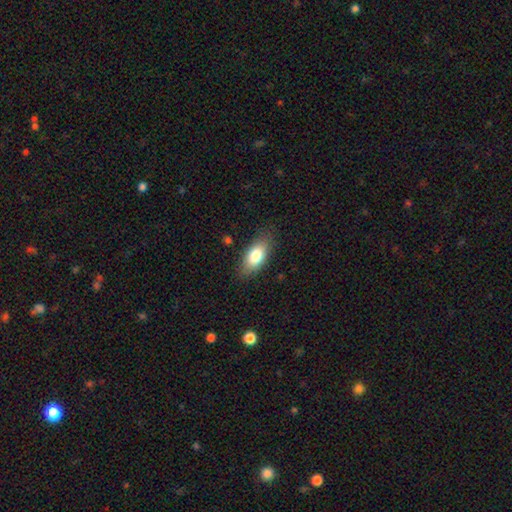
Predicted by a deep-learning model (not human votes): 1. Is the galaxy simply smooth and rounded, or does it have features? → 79% smooth, 14% featured or disk, 7% star or artifact.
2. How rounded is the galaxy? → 87% in between, 9% cigar-shaped, 4% round.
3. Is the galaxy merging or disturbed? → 82% none, 14% minor disturbance, 3% major disturbance, 1% merger.